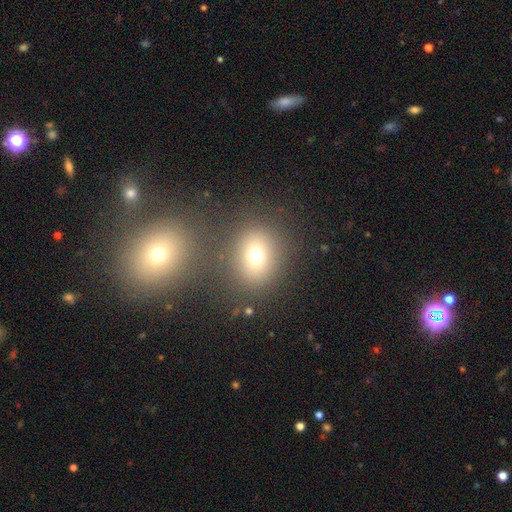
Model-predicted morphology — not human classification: A smooth galaxy with no disk features (71%) that is round (66%).

Vote fractions:
- Smooth or featured? smooth: 71% / star or artifact: 17% / featured or disk: 12%
- How rounded? round: 66% / in between: 32% / cigar-shaped: 1%
- Merging? none: 75% / merger: 10% / minor disturbance: 10% / major disturbance: 5%